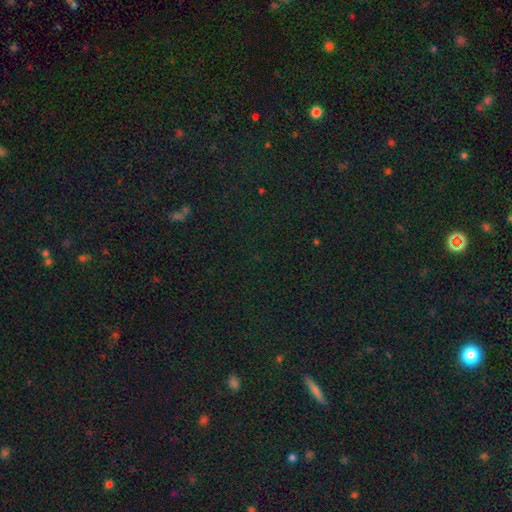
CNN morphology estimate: This is likely a star or artifact rather than a galaxy (75%).